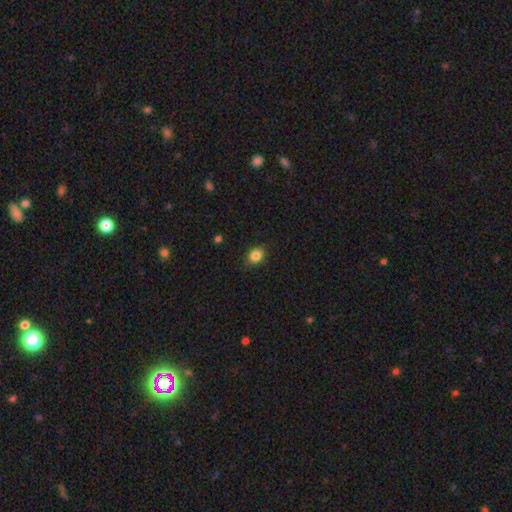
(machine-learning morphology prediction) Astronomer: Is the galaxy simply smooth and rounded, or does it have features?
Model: smooth — 85%.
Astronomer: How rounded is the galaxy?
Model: in between — 53% (runner-up: round, 46%).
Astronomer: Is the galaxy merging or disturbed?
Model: none — 85%.